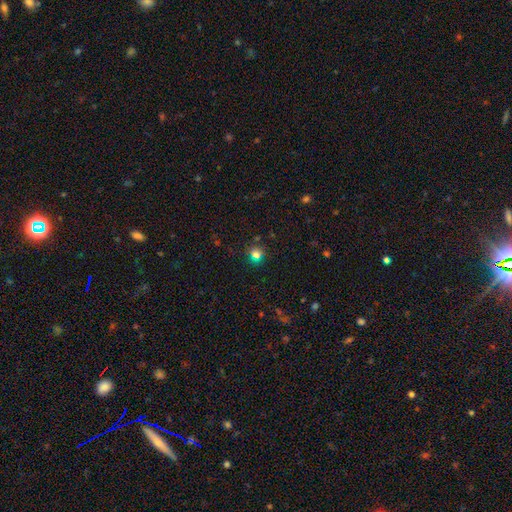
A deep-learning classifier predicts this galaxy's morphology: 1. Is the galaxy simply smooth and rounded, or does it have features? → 72% smooth, 22% star or artifact, 6% featured or disk.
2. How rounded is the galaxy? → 86% round, 13% in between, 1% cigar-shaped.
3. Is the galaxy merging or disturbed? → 84% none, 9% minor disturbance, 4% merger, 3% major disturbance.